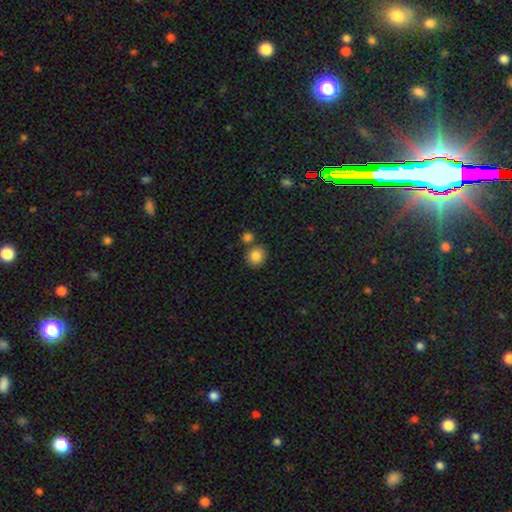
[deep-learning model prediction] This appears to be a smooth galaxy with no disk features (85%) that is round (83%). Merging: none (70%).